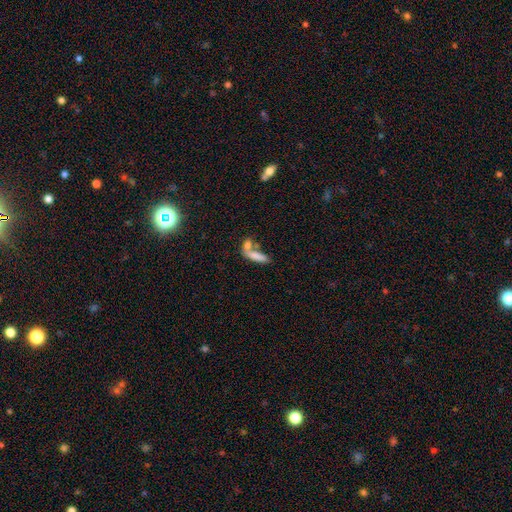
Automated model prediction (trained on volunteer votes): Smooth or featured? Predicted: smooth (p=0.76). How rounded? Predicted: cigar-shaped (p=0.57). Merging? Predicted: merger (p=0.46).